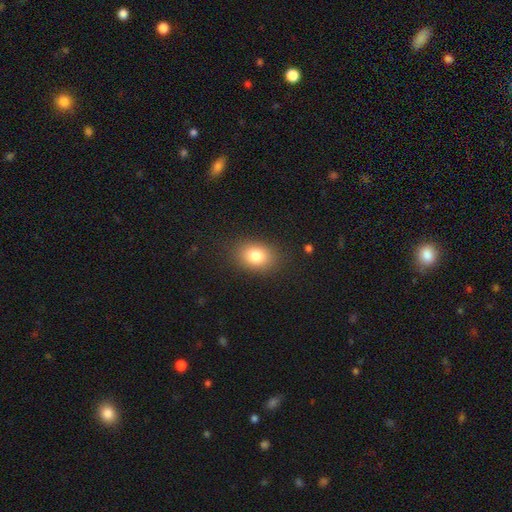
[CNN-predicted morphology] Smooth or featured: smooth — 81% (star or artifact — 10%)
How rounded: in between — 66% (round — 33%)
Merging: none — 86% (minor disturbance — 9%)